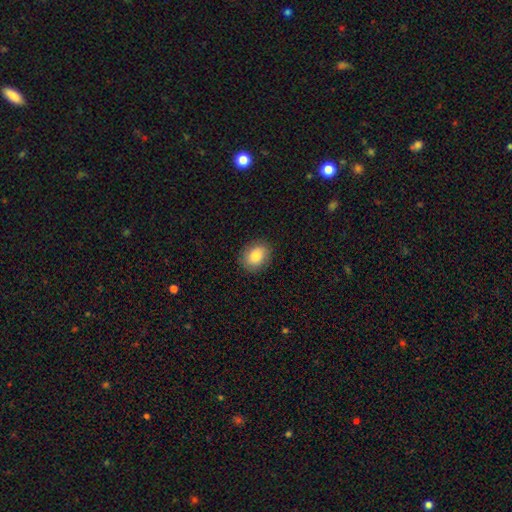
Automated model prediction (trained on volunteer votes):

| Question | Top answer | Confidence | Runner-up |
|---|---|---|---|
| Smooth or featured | smooth | 85% | star or artifact (8%) |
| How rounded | in between | 58% | round (41%) |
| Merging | none | 87% | minor disturbance (10%) |